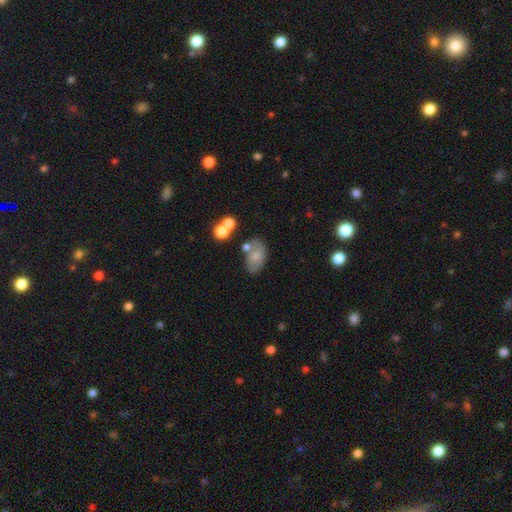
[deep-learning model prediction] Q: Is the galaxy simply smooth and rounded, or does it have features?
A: smooth — 66%.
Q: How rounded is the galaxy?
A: in between — 89%.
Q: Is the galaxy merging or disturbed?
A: none — 57%.